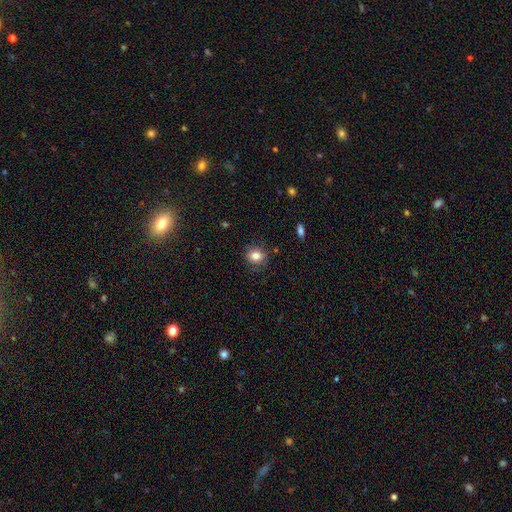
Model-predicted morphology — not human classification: Smooth or featured? smooth (82%)
How rounded? round (65%)
Merging? none (84%)